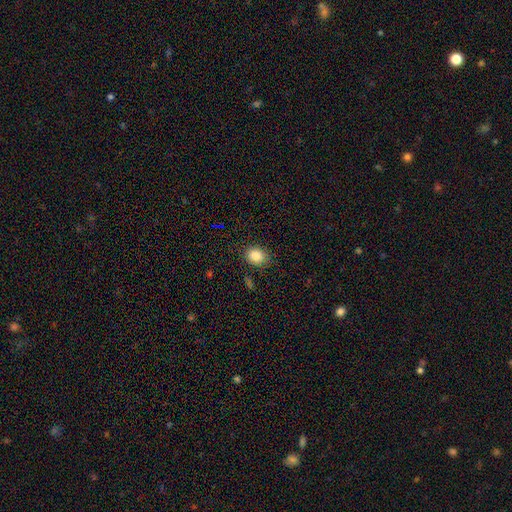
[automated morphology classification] smooth-or-featured: smooth: 86% | star or artifact: 9% | featured or disk: 5%
  how-rounded: in between: 54% | round: 45% | cigar-shaped: 1%
  merging: none: 81% | minor disturbance: 13% | major disturbance: 3% | merger: 2%